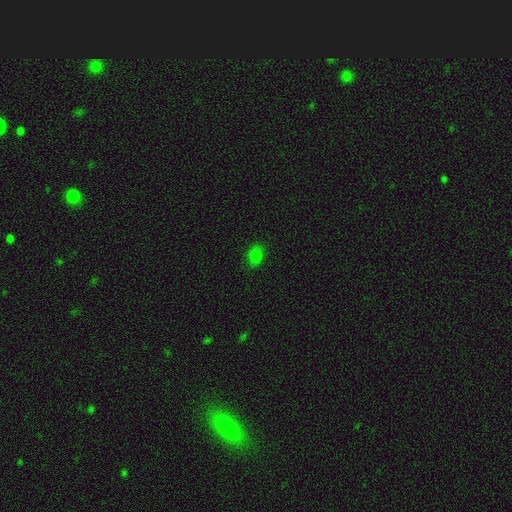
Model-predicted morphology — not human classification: A smooth galaxy with no disk features (79%) that is in between round and cigar-shaped (71%). Merging: none (84%).